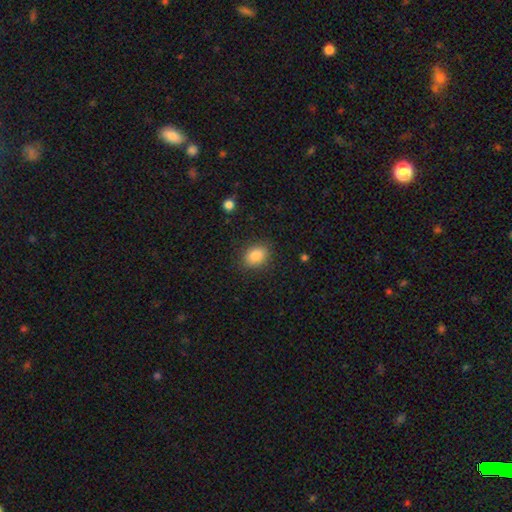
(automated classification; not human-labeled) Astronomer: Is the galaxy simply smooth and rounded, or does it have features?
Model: smooth — 86%.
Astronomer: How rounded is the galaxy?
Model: in between — 67%.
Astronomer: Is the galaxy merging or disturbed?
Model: none — 85%.